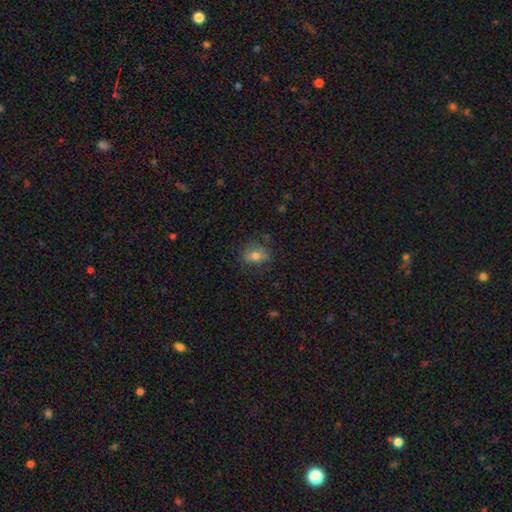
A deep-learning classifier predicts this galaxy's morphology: A smooth galaxy with no disk features (73%) that is in between round and cigar-shaped (63%). Merging: none (74%).